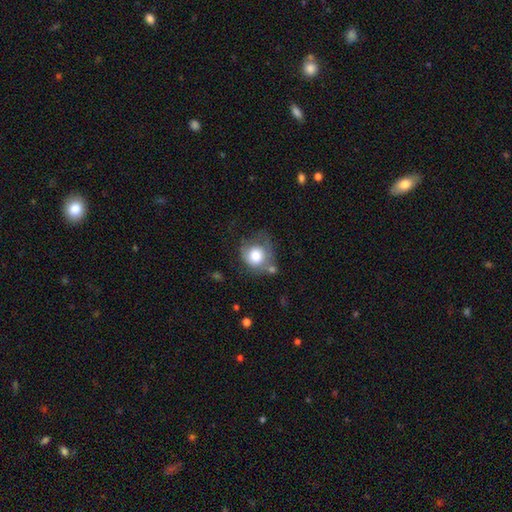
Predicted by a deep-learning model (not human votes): This is likely a smooth galaxy (73%). How rounded: likely round (77%). Merging: marginally none (37%).